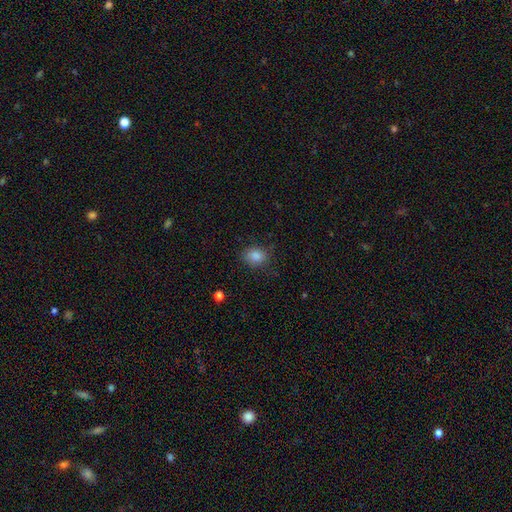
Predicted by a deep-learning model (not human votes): This appears to be a smooth galaxy with no disk features (84%) that is round (51%). Merging: none (83%).